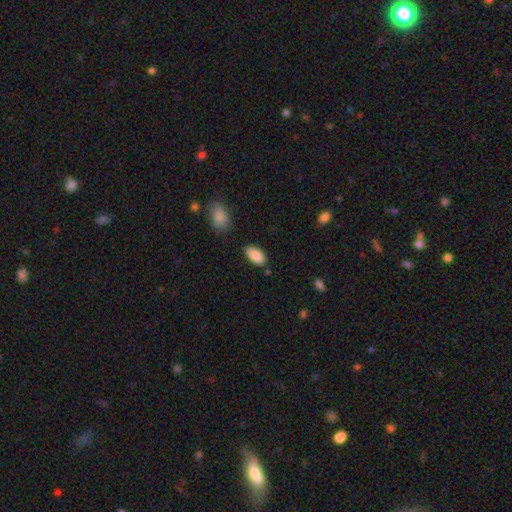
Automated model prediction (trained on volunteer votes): A smooth galaxy with no disk features (89%) that is in between round and cigar-shaped (94%).

Vote fractions:
- Smooth or featured? smooth: 89% / star or artifact: 7% / featured or disk: 5%
- How rounded? in between: 94% / cigar-shaped: 3% / round: 3%
- Merging? none: 77% / minor disturbance: 17% / merger: 3% / major disturbance: 3%